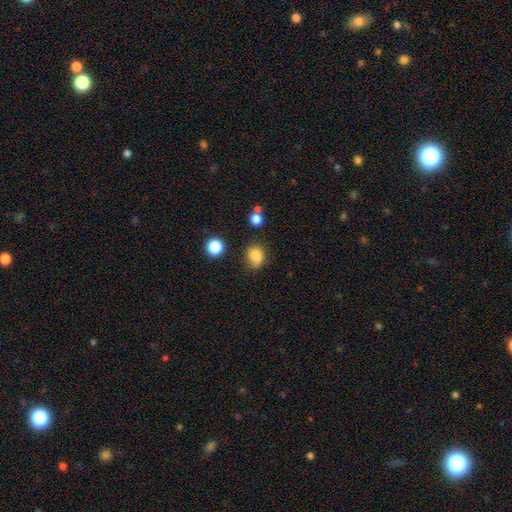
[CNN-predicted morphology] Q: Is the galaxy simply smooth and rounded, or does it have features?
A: smooth — 81%.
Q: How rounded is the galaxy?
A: in between — 51%.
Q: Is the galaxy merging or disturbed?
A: none — 58%.